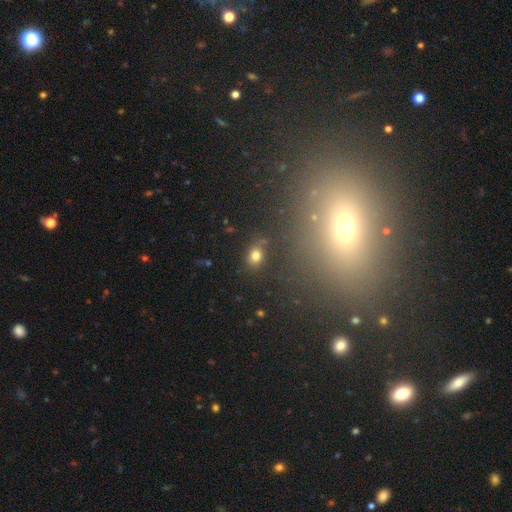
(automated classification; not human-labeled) smooth_or_featured: smooth (p=0.77) [alt: star or artifact p=0.16]
how_rounded: in between (p=0.54) [alt: round p=0.44]
merging: none (p=0.76) [alt: minor disturbance p=0.13]